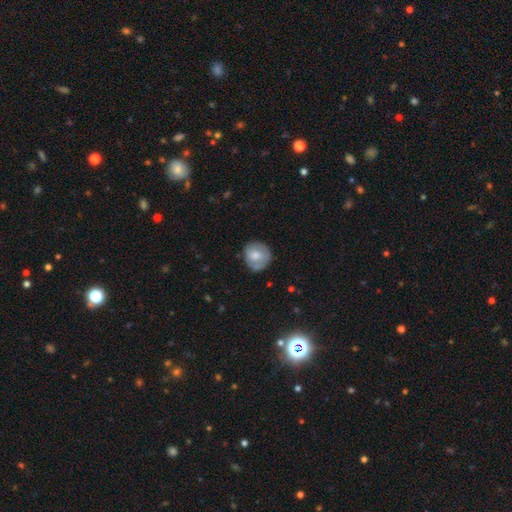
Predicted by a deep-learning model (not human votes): Smooth or featured? Predicted: smooth (p=0.61). How rounded? Predicted: round (p=0.84). Merging? Predicted: none (p=0.69).